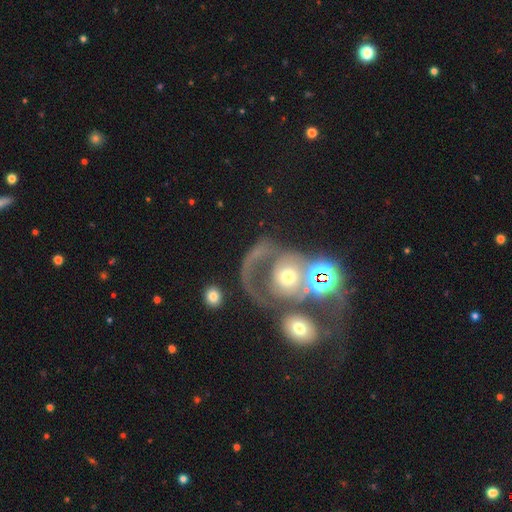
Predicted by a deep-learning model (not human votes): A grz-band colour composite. It shows a featured or disk galaxy (54%) with no bar (80%), no spiral arms (56%) and a moderate central bulge (55%). Merging: major disturbance (33%).